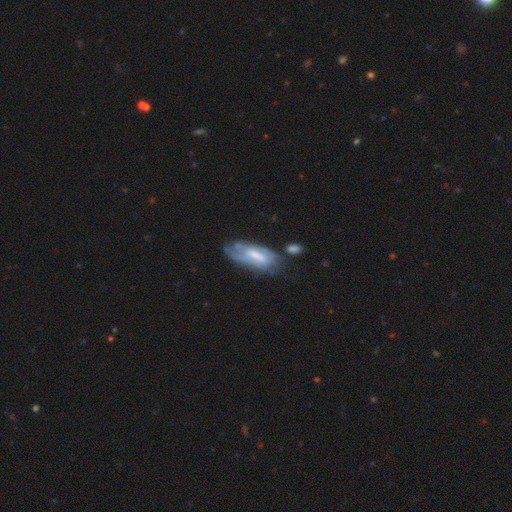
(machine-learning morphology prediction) Smooth or featured?
  - featured or disk: 56% *
  - smooth: 36%
  - star or artifact: 7%
Edge-on disk?
  - no: 85% *
  - yes: 15%
Merging?
  - none: 44% *
  - minor disturbance: 29%
  - major disturbance: 18%
  - merger: 9%